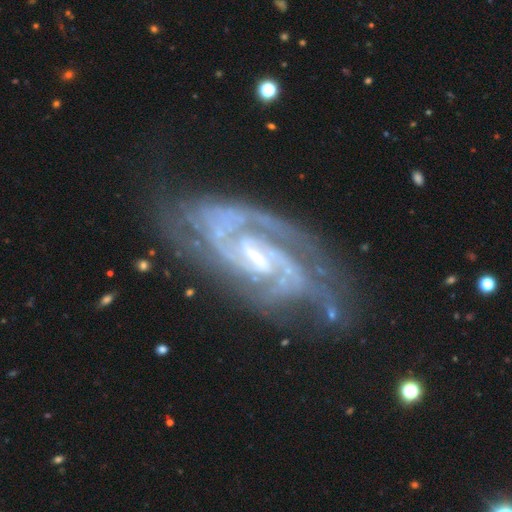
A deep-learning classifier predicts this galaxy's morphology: Smooth or featured?
  - featured or disk: 91% *
  - star or artifact: 5%
  - smooth: 4%
Edge-on disk?
  - no: 96% *
  - yes: 4%
Bar?
  - weak: 50% *
  - strong: 28%
  - no: 22%
Spiral arms?
  - yes: 98% *
  - no: 2%
Spiral winding?
  - tight: 51% *
  - medium: 42%
  - loose: 7%
Spiral arm count?
  - 2: 59% *
  - 3: 17%
  - can't tell: 12%
  - 4: 5%
  - 1: 4%
  - more than 4: 4%
Bulge size?
  - small: 45% *
  - moderate: 31%
  - none: 19%
  - large: 4%
  - dominant: 1%
Merging?
  - none: 65% *
  - minor disturbance: 21%
  - major disturbance: 11%
  - merger: 3%